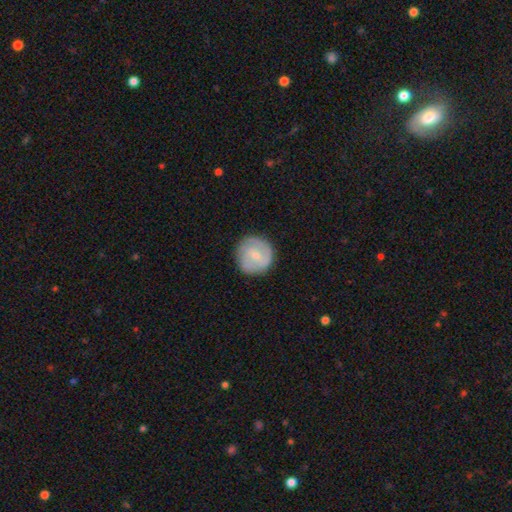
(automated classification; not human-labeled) A featured or disk galaxy (50%).

Vote fractions:
- Smooth or featured? featured or disk: 50% / smooth: 44% / star or artifact: 6%
- Edge-on disk? no: 98% / yes: 2%
- Merging? none: 82% / minor disturbance: 13% / major disturbance: 4% / merger: 1%